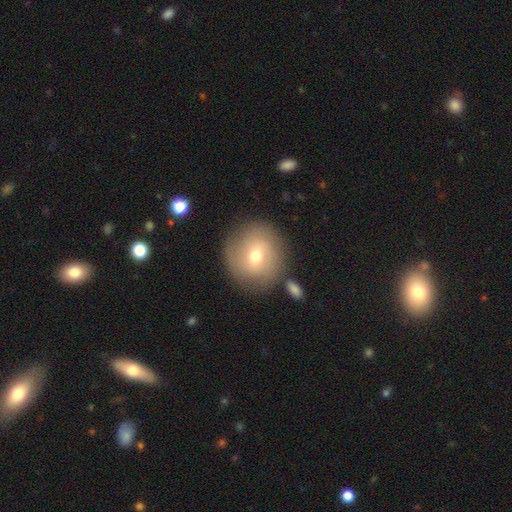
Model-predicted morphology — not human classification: The model was most divided on "smooth or featured": smooth: 58%, featured or disk: 33%, star or artifact: 9%. More confident: how rounded — round (86%); merging — none (79%).